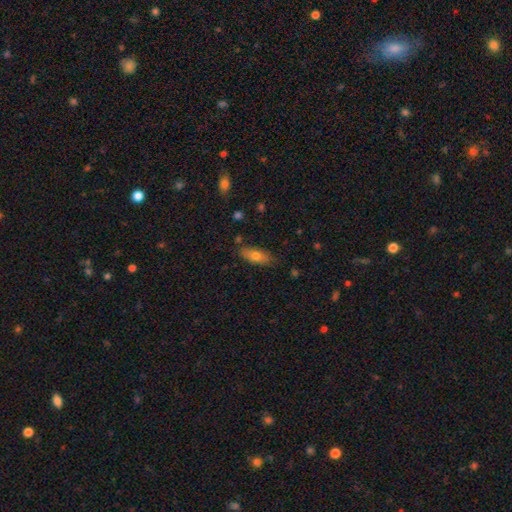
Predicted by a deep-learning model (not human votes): The model was most divided on "smooth or featured": smooth: 74%, featured or disk: 19%, star or artifact: 7%. More confident: merging — none (80%); how rounded — in between (77%).